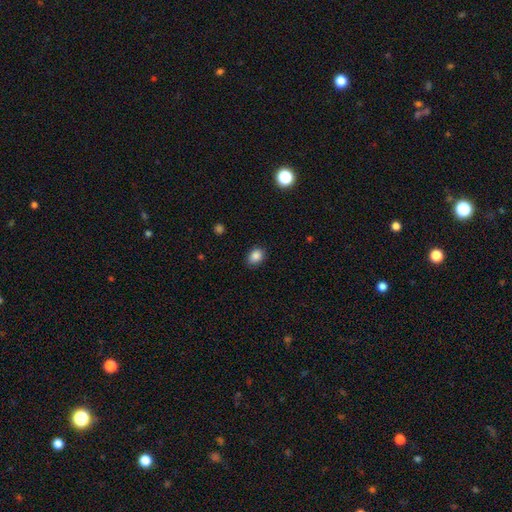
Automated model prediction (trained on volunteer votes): Morphology: type=smooth (86%); roundness=in between (60%); merging=none (85%).